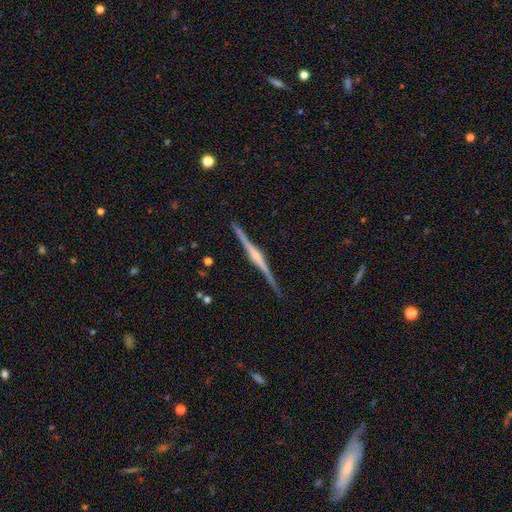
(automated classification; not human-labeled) This appears to be a featured or disk galaxy (86%) viewed edge-on (99%) with a rounded central bulge (69%). Merging: none (90%).